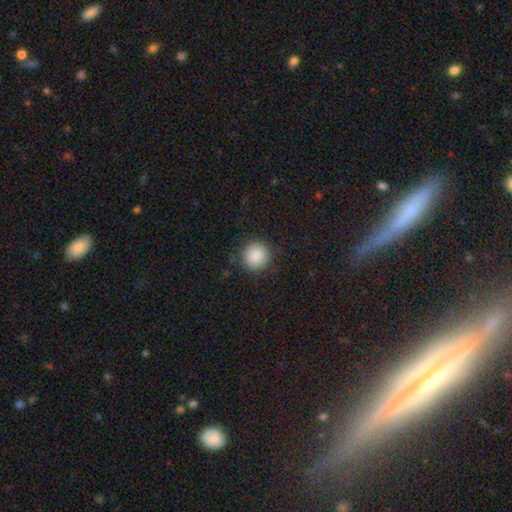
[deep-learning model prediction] Morphology: type=smooth (88%); roundness=round (93%); merging=none (89%).